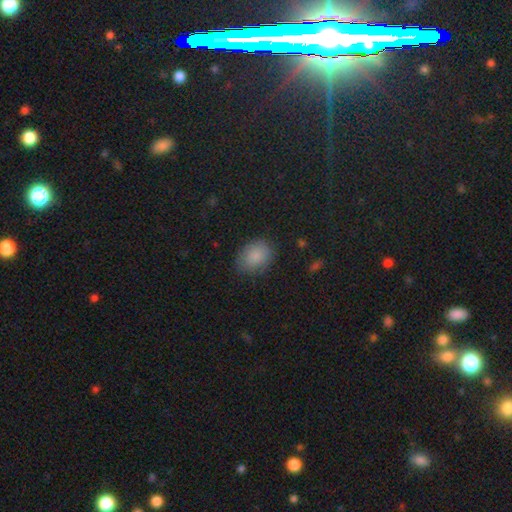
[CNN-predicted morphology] Smooth or featured? Predicted: smooth (p=0.86). How rounded? Predicted: in between (p=0.68). Merging? Predicted: none (p=0.80).